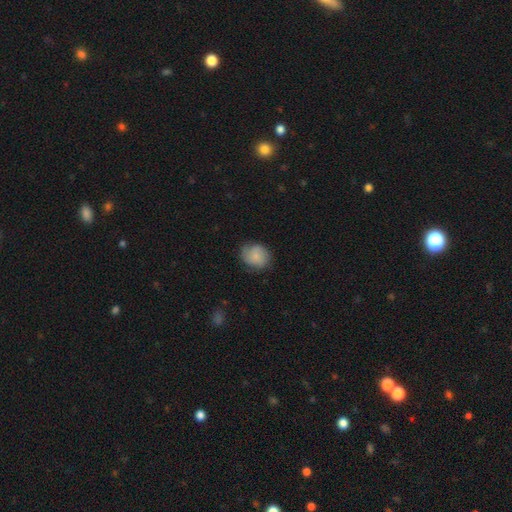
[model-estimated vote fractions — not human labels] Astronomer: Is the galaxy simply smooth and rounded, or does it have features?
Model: smooth — 72%.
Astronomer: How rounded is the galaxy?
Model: round — 66%.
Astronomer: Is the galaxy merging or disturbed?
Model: none — 69%.